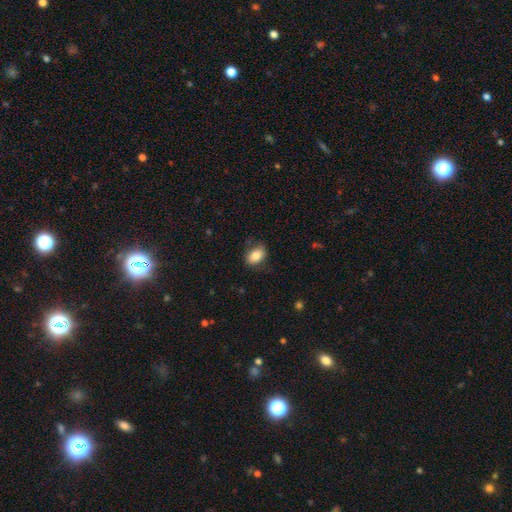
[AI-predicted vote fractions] Smooth or featured? Predicted: smooth (p=0.83). How rounded? Predicted: in between (p=0.81). Merging? Predicted: none (p=0.78).